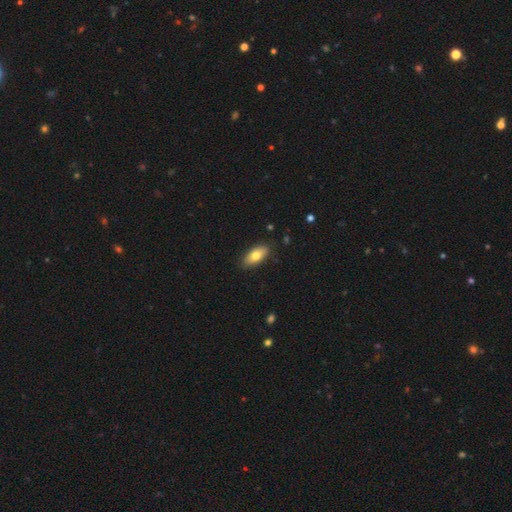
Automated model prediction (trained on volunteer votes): Smooth or featured? Predicted: smooth (p=0.74). How rounded? Predicted: in between (p=0.87). Merging? Predicted: none (p=0.87).